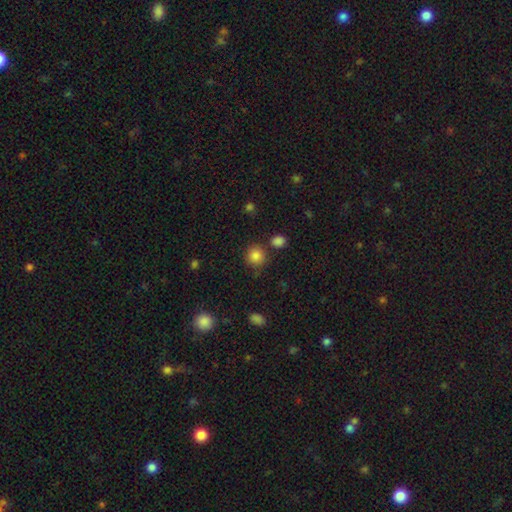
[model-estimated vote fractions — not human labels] The model was most divided on "merging": none: 78%, minor disturbance: 11%, merger: 8%, major disturbance: 4%. More confident: how rounded — round (90%); smooth or featured — smooth (84%).